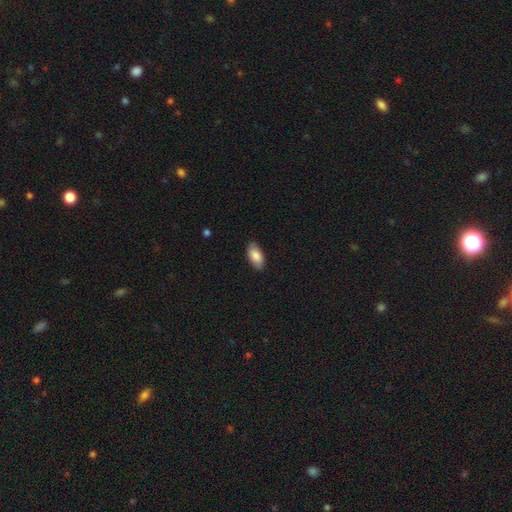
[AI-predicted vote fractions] smooth 86%, featured or disk 8%, star or artifact 6%. Down the decision tree: how rounded — in between (93%); merging — none (85%).